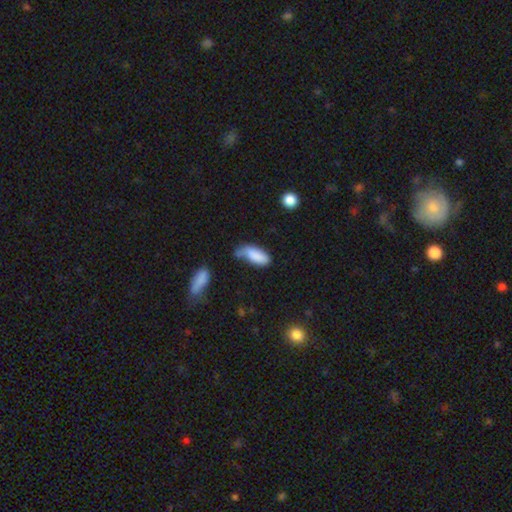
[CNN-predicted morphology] Smooth or featured? smooth (84%)
How rounded? in between (82%)
Merging? none (35%)